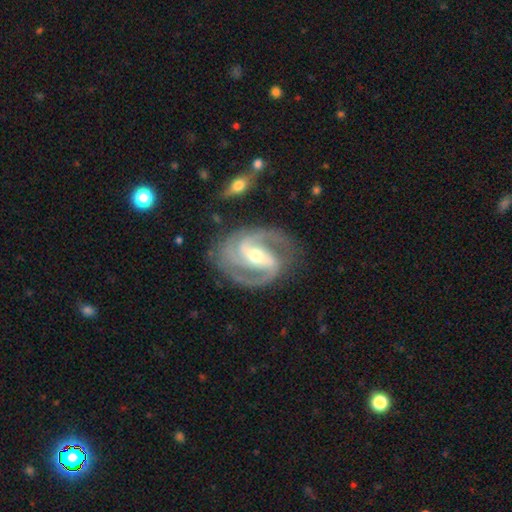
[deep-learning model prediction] A featured or disk galaxy (93%) with a strong bar (49%), 2 (57%) medium (53%) spiral arms (98%) and a moderate central bulge (56%).

Vote fractions:
- Smooth or featured? featured or disk: 93% / star or artifact: 4% / smooth: 4%
- Edge-on disk? no: 97% / yes: 3%
- Bar? strong: 49% / weak: 36% / no: 15%
- Spiral arms? yes: 98% / no: 2%
- Spiral winding? medium: 53% / tight: 38% / loose: 9%
- Spiral arm count? 2: 57% / 3: 31% / can't tell: 4% / 4: 3% / 1: 3% / more than 4: 2%
- Bulge size? moderate: 56% / small: 40% / large: 3% / none: 1% / dominant: 1%
- Merging? none: 78% / minor disturbance: 14% / major disturbance: 6% / merger: 2%